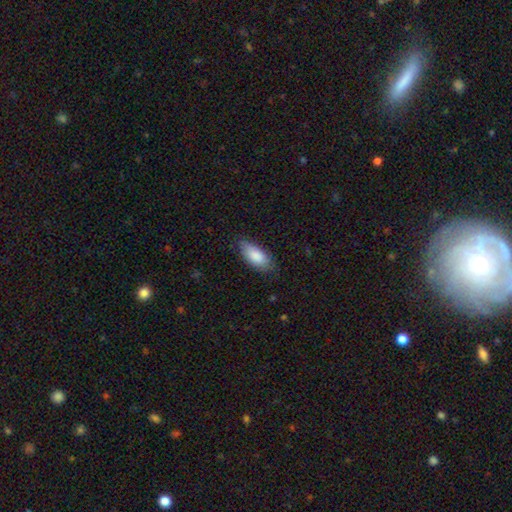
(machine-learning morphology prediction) smooth-or-featured: smooth: 85% | featured or disk: 9% | star or artifact: 6%
  how-rounded: in between: 86% | cigar-shaped: 13% | round: 2%
  merging: none: 73% | minor disturbance: 22% | major disturbance: 4% | merger: 1%